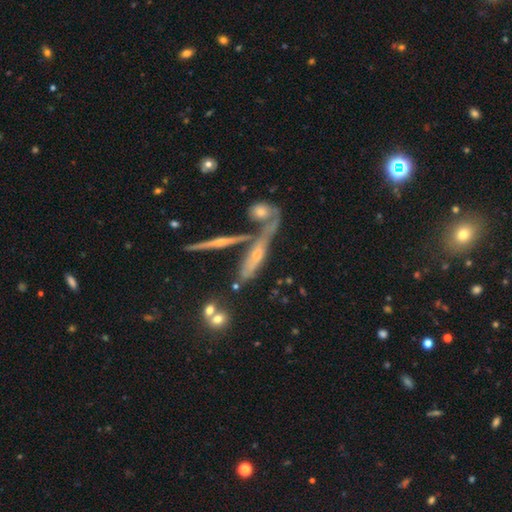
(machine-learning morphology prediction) Smooth or featured? Predicted: featured or disk (p=0.63). Edge-on disk? Predicted: yes (p=0.77). Merging? Predicted: none (p=0.42).